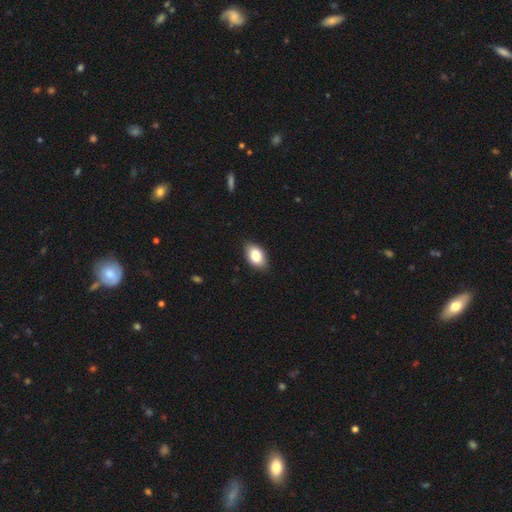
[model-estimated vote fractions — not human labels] Morphology: type=smooth (82%); roundness=in between (90%); merging=none (86%).